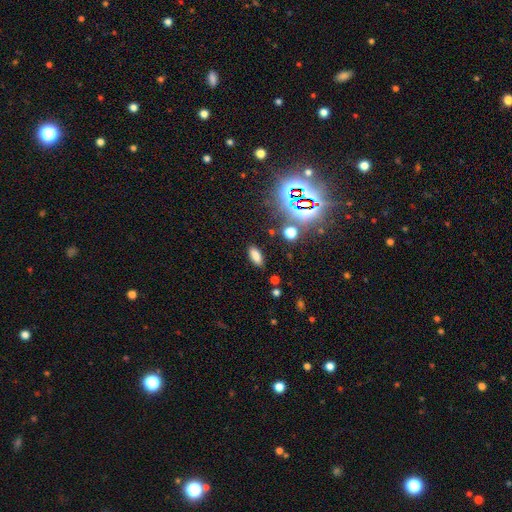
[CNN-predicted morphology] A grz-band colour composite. It shows a smooth galaxy with no disk features (76%) that is in between round and cigar-shaped (81%). Merging: none (86%).